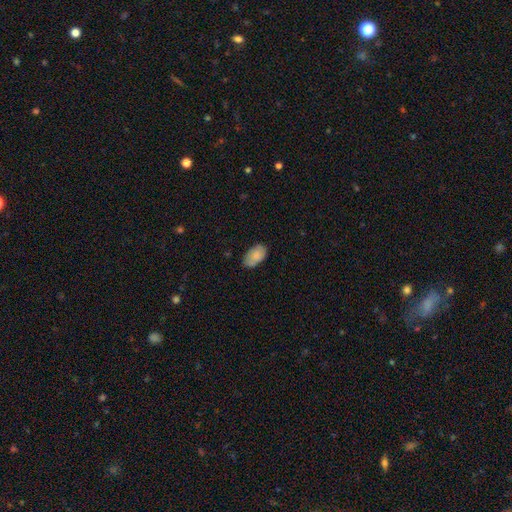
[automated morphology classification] A smooth galaxy with no disk features (83%) that is in between round and cigar-shaped (93%).

Vote fractions:
- Smooth or featured? smooth: 83% / featured or disk: 10% / star or artifact: 7%
- How rounded? in between: 93% / round: 5% / cigar-shaped: 1%
- Merging? none: 76% / minor disturbance: 19% / major disturbance: 3% / merger: 1%